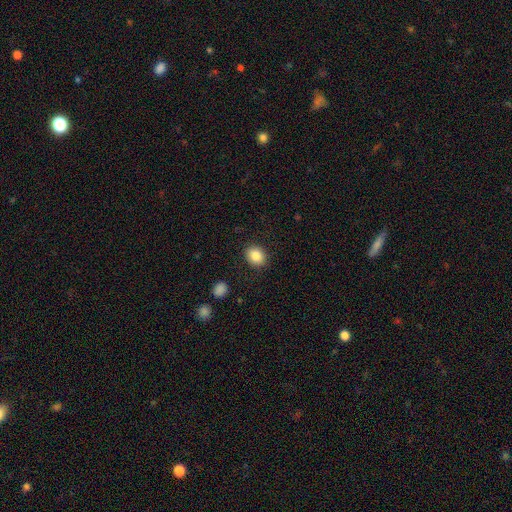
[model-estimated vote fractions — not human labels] This appears to be a smooth galaxy with no disk features (85%) that is round (61%). Merging: none (88%).